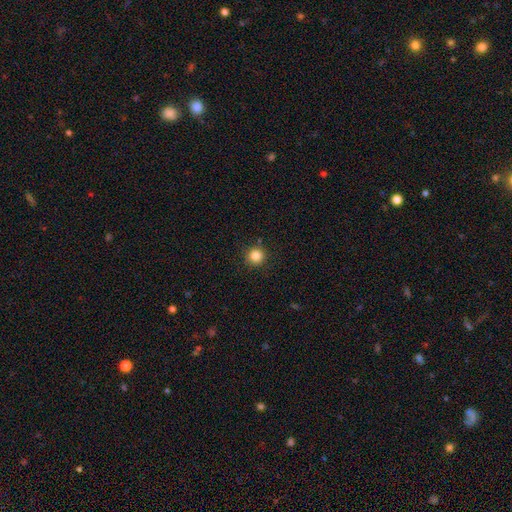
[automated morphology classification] smooth_or_featured: smooth (p=0.84) [alt: star or artifact p=0.12]
how_rounded: round (p=0.95) [alt: in between p=0.04]
merging: none (p=0.91) [alt: minor disturbance p=0.06]